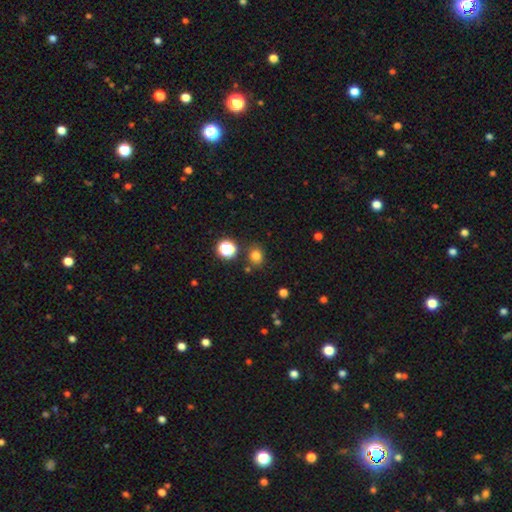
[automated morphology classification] A smooth galaxy with no disk features (78%) that is round (70%). Merging: none (82%).